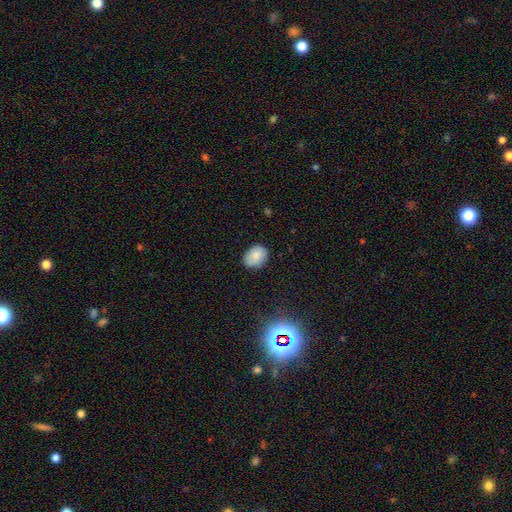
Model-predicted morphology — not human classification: A smooth galaxy with no disk features (83%) that is in between round and cigar-shaped (64%). Merging: none (77%).